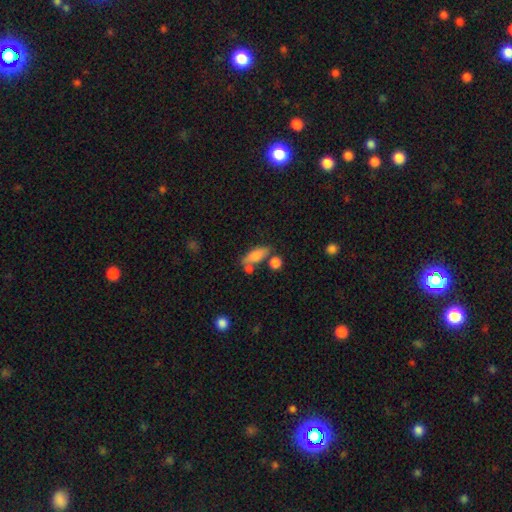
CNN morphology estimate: smooth-or-featured: smooth: 74% | featured or disk: 17% | star or artifact: 8%
  how-rounded: in between: 67% | cigar-shaped: 27% | round: 5%
  merging: none: 54% | merger: 20% | minor disturbance: 18% | major disturbance: 7%